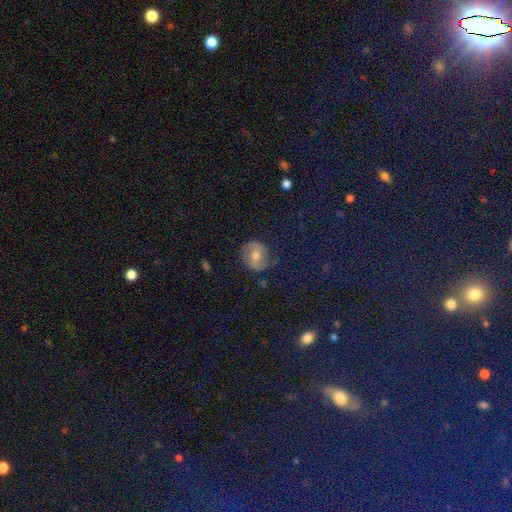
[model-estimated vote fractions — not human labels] smooth-or-featured: featured or disk: 48% | smooth: 41% | star or artifact: 11%
  merging: none: 78% | minor disturbance: 16% | major disturbance: 5% | merger: 1%